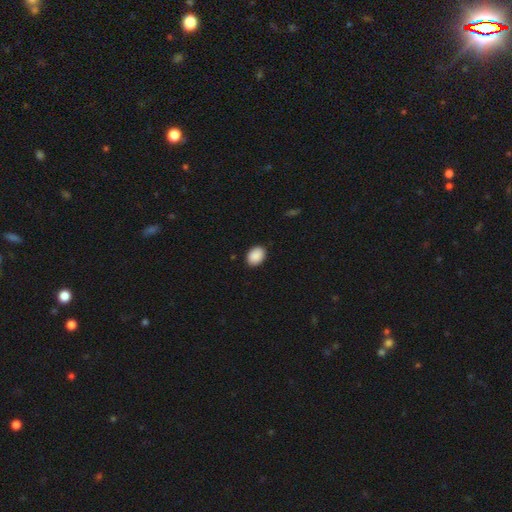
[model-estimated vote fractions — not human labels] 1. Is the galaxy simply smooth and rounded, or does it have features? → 91% smooth, 7% star or artifact, 2% featured or disk.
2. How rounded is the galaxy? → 74% in between, 25% round, 1% cigar-shaped.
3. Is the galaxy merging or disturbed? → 89% none, 8% minor disturbance, 2% major disturbance, 1% merger.